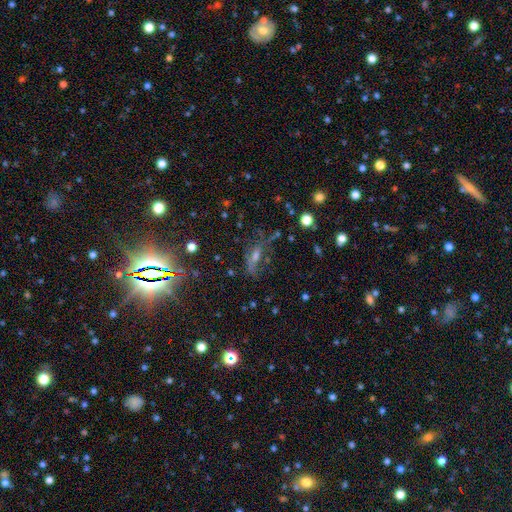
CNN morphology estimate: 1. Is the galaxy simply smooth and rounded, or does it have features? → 37% star or artifact, 32% featured or disk, 31% smooth.